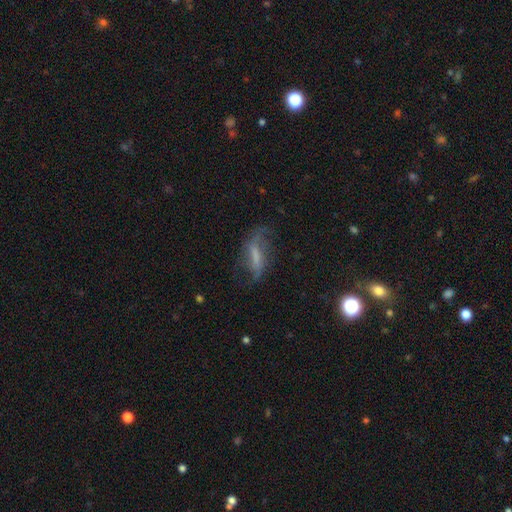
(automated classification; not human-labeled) featured or disk 54%, smooth 34%, star or artifact 12%. Down the decision tree: edge-on disk — no (82%); merging — none (49%).